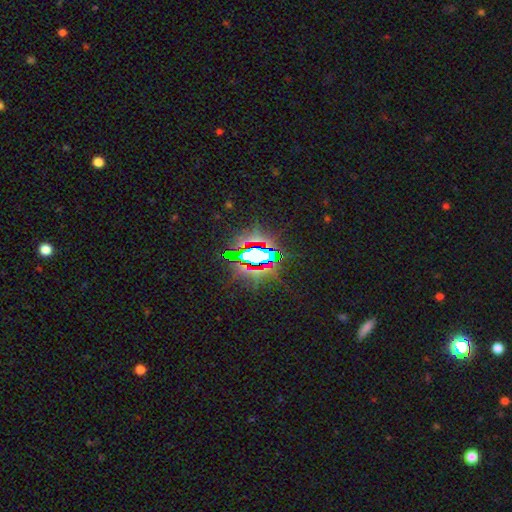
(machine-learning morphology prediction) A star or artifact, not a galaxy (73%).

Vote fractions:
- Smooth or featured? star or artifact: 73% / smooth: 14% / featured or disk: 13%